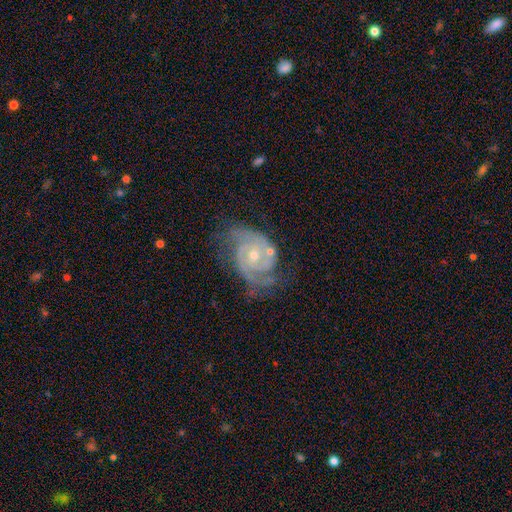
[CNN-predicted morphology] Smooth or featured? featured or disk (88%)
Edge-on disk? no (98%)
Bar? no (65%)
Spiral arms? yes (97%)
Spiral winding? tight (60%)
Spiral arm count? 2 (48%)
Bulge size? small (54%)
Merging? none (66%)